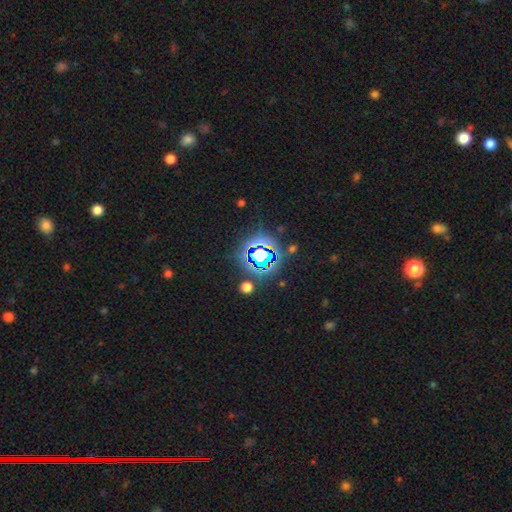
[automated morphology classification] The model was most divided on "smooth or featured": star or artifact: 76%, smooth: 15%, featured or disk: 10%.